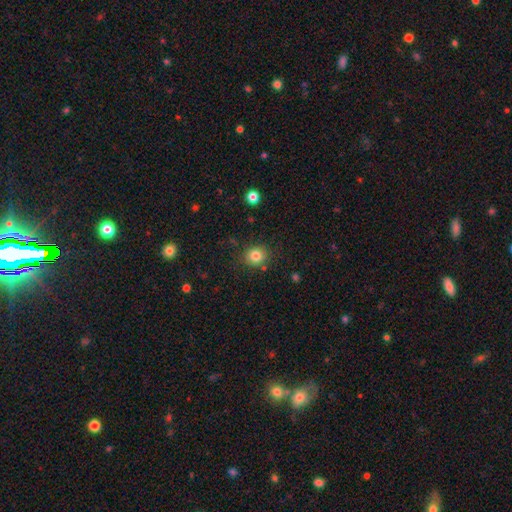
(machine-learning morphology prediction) Smooth or featured? smooth (82%)
How rounded? round (80%)
Merging? none (85%)